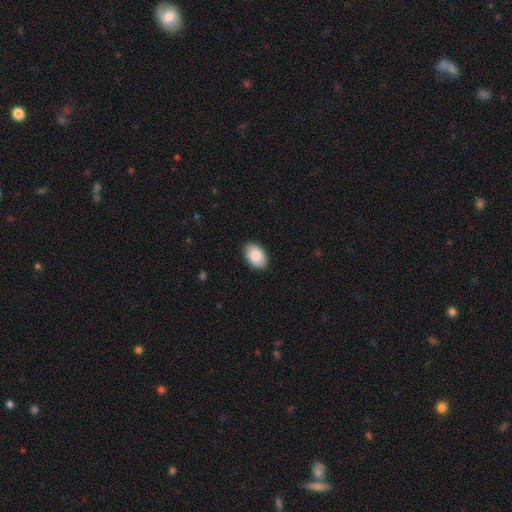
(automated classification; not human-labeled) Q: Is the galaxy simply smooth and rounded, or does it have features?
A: smooth — 88%.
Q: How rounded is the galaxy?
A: in between — 92%.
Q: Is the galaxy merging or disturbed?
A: none — 88%.